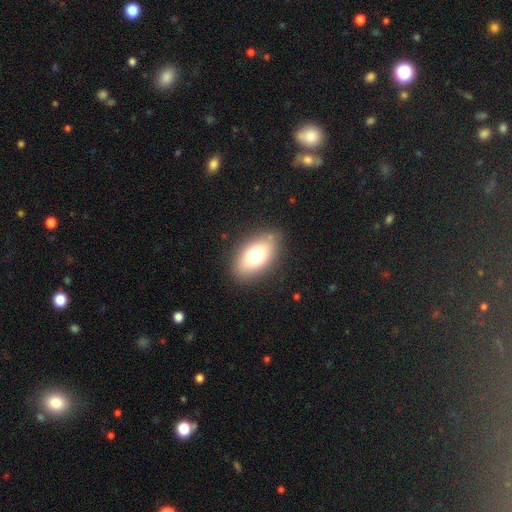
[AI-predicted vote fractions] Smooth or featured? Predicted: smooth (p=0.73). How rounded? Predicted: in between (p=0.89). Merging? Predicted: none (p=0.82).